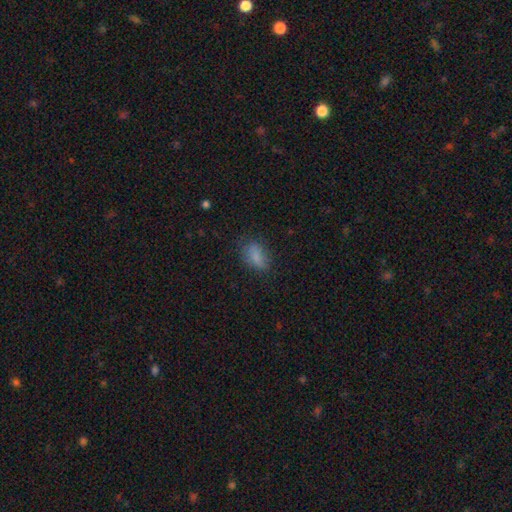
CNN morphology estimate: type=smooth (82%); roundness=in between (87%); merging=none (68%).